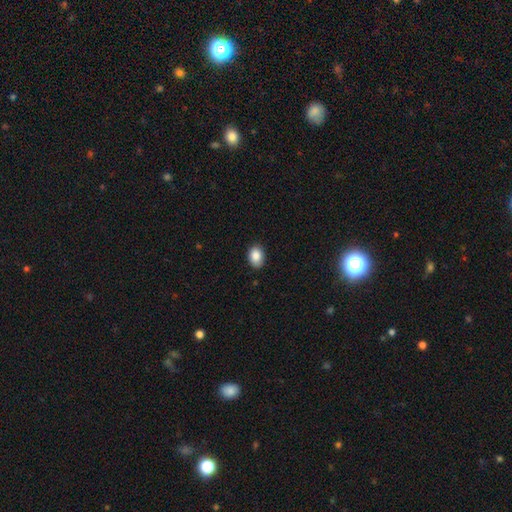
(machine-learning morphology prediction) type=smooth (87%); roundness=in between (76%); merging=none (86%).